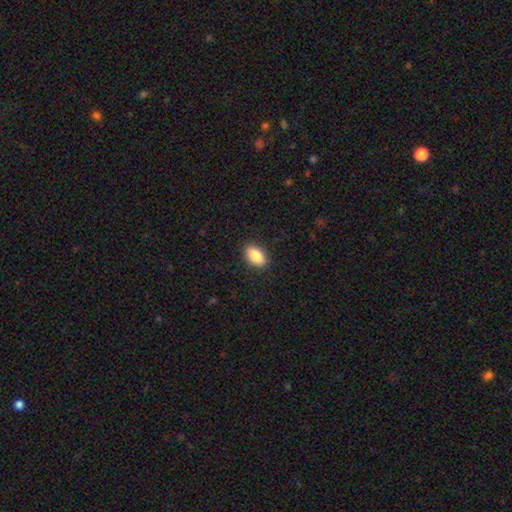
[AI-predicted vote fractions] Morphology: type=smooth (88%); roundness=in between (91%); merging=none (89%).